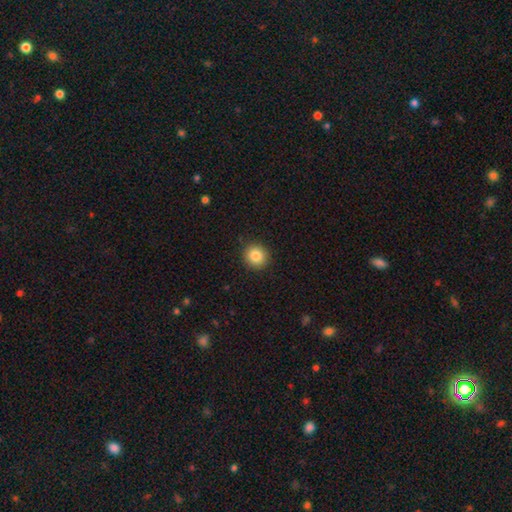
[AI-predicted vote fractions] Morphology: type=smooth (85%); roundness=round (89%); merging=none (91%).